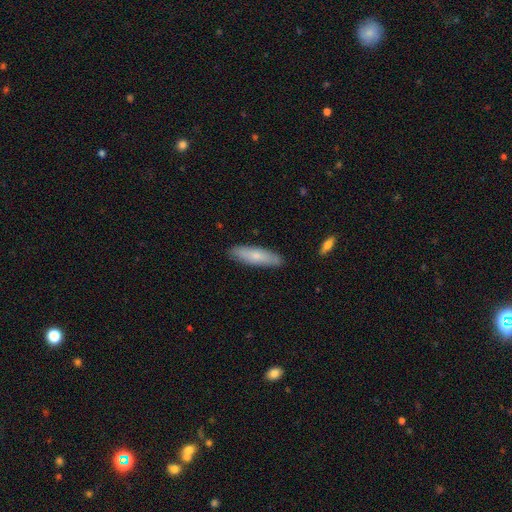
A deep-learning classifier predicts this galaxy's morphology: This is likely a smooth galaxy (73%). How rounded: likely cigar-shaped (67%). Merging: clearly none (88%).